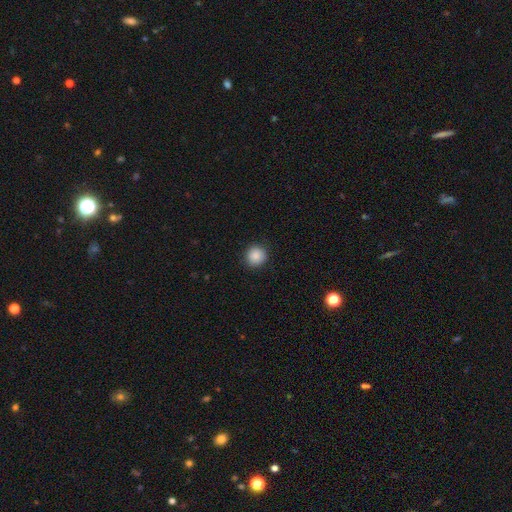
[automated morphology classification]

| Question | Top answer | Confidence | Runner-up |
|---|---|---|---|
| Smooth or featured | smooth | 87% | star or artifact (9%) |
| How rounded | round | 93% | in between (6%) |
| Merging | none | 91% | minor disturbance (6%) |